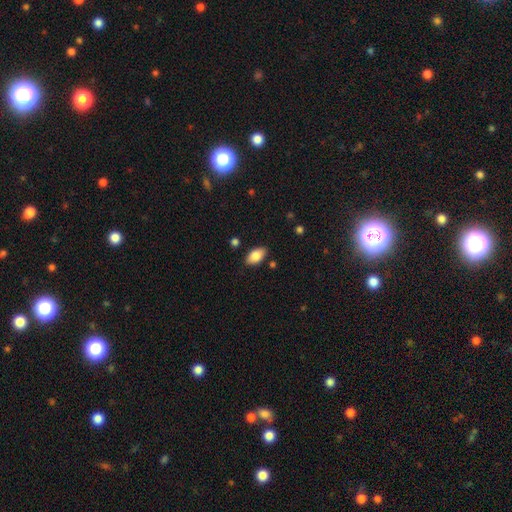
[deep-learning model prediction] smooth-or-featured: smooth: 83% | featured or disk: 10% | star or artifact: 7%
  how-rounded: in between: 94% | round: 4% | cigar-shaped: 2%
  merging: none: 85% | minor disturbance: 10% | major disturbance: 2% | merger: 2%